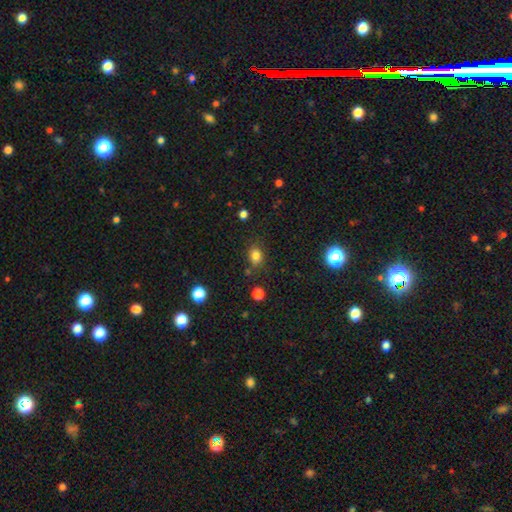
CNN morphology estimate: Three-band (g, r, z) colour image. It shows a smooth galaxy with no disk features (81%) that is in between round and cigar-shaped (54%). Merging: none (76%).